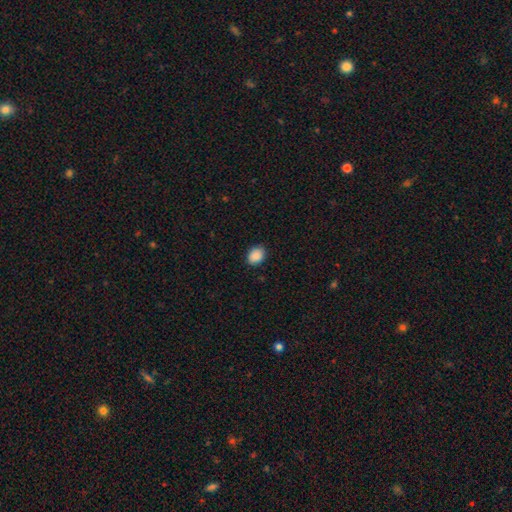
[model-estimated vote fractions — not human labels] smooth_or_featured: smooth (p=0.90) [alt: star or artifact p=0.08]
how_rounded: in between (p=0.58) [alt: round p=0.41]
merging: none (p=0.88) [alt: minor disturbance p=0.09]